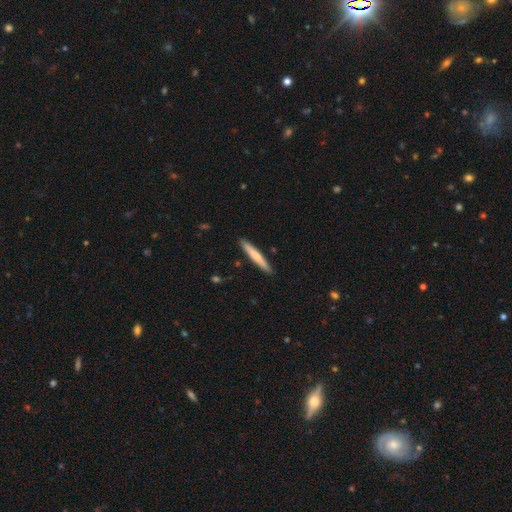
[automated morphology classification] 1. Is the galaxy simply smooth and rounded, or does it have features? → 66% smooth, 29% featured or disk, 5% star or artifact.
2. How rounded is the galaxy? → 95% cigar-shaped, 4% in between, 1% round.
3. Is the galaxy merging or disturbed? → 90% none, 7% minor disturbance, 1% major disturbance, 1% merger.